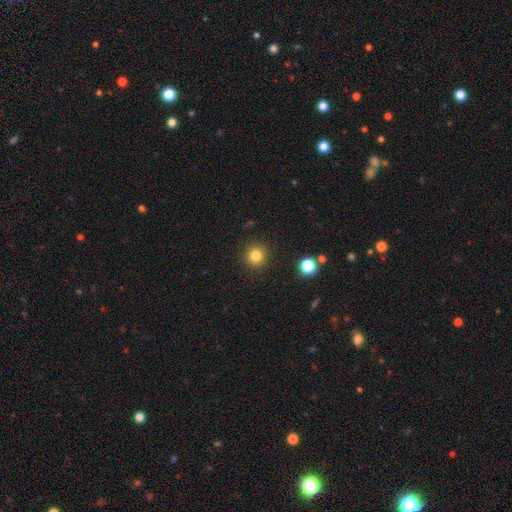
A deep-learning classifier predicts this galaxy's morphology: A smooth galaxy with no disk features (81%) that is round (94%).

Vote fractions:
- Smooth or featured? smooth: 81% / star or artifact: 13% / featured or disk: 6%
- How rounded? round: 94% / in between: 5% / cigar-shaped: 1%
- Merging? none: 91% / minor disturbance: 5% / major disturbance: 2% / merger: 1%